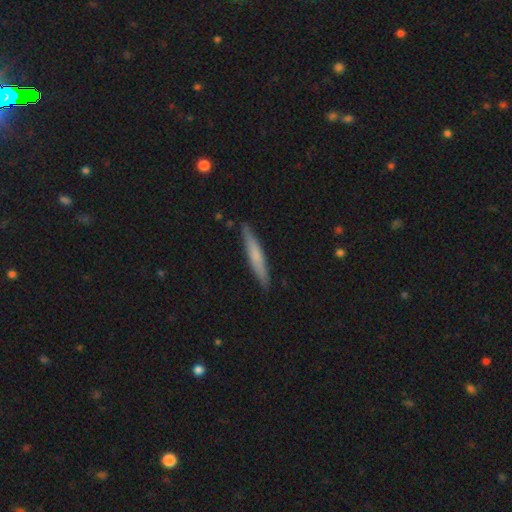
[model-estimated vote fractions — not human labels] This is possibly a smooth galaxy (59%). How rounded: clearly cigar-shaped (94%). Merging: clearly none (89%).